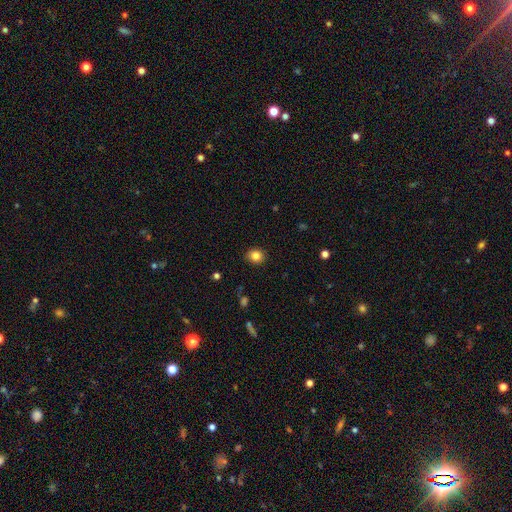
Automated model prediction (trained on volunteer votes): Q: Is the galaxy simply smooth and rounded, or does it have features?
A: smooth — 84%.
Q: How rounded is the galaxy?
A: round — 71%.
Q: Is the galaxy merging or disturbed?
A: none — 89%.